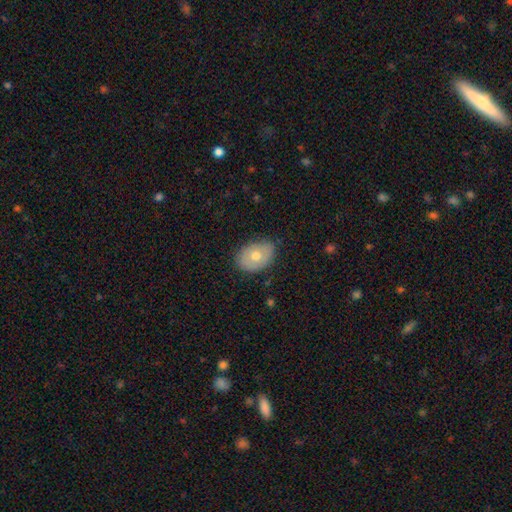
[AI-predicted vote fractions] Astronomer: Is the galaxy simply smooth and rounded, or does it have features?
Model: smooth — 65%.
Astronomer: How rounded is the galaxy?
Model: in between — 75%.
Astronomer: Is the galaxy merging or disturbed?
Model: none — 80%.